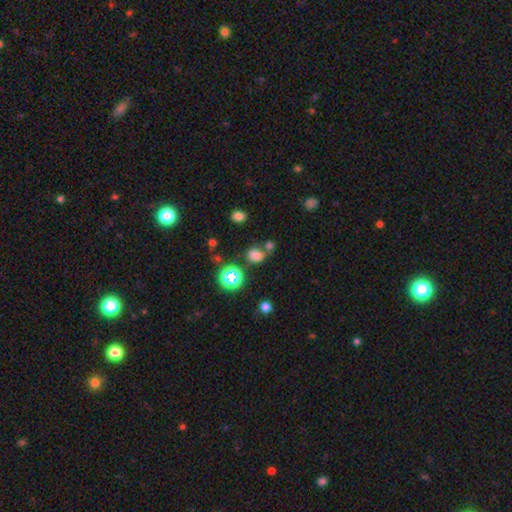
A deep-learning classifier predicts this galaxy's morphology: A smooth galaxy with no disk features (68%) that is in between round and cigar-shaped (62%). Merging: none (56%).